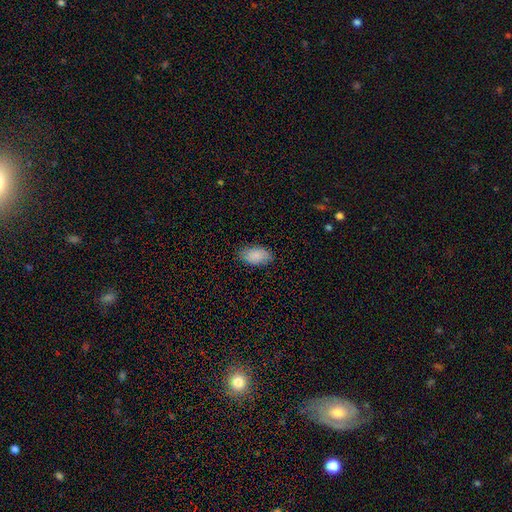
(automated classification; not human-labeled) A smooth galaxy with no disk features (87%) that is in between round and cigar-shaped (93%).

Vote fractions:
- Smooth or featured? smooth: 87% / star or artifact: 7% / featured or disk: 6%
- How rounded? in between: 93% / round: 5% / cigar-shaped: 2%
- Merging? none: 84% / minor disturbance: 12% / major disturbance: 3% / merger: 1%